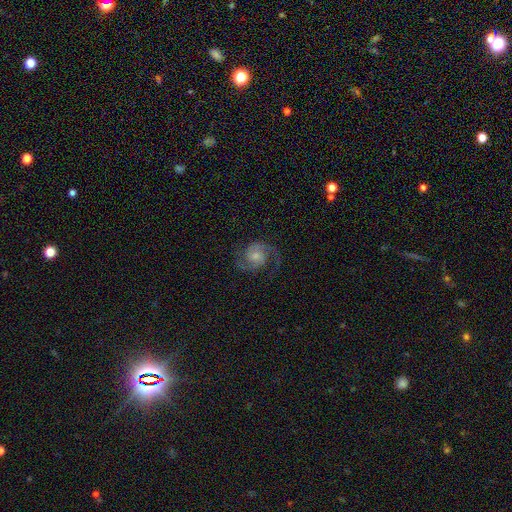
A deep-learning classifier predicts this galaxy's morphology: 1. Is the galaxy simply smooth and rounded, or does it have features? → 88% featured or disk, 6% star or artifact, 5% smooth.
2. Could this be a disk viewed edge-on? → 98% no, 2% yes.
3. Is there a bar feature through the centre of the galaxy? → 62% no, 31% weak, 6% strong.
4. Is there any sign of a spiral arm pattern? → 98% yes, 2% no.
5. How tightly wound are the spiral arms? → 58% medium, 28% tight, 14% loose.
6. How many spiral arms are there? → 92% 2, 2% can't tell, 2% 3, 1% 1, 1% 4, 1% more than 4.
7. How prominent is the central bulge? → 48% small, 42% moderate, 5% none, 4% large, 1% dominant.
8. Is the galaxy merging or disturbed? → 80% none, 13% minor disturbance, 6% major disturbance, 1% merger.